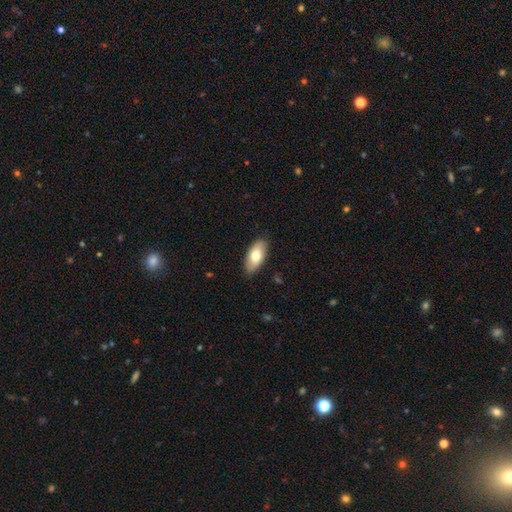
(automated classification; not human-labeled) smooth-or-featured: smooth: 75% | featured or disk: 19% | star or artifact: 6%
  how-rounded: in between: 91% | cigar-shaped: 7% | round: 2%
  merging: none: 87% | minor disturbance: 10% | major disturbance: 2% | merger: 1%